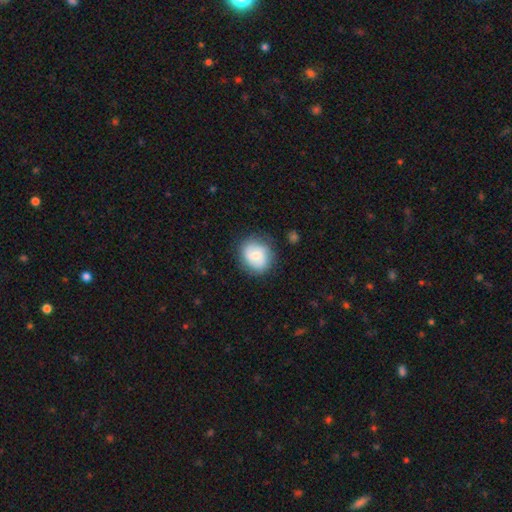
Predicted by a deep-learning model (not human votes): This appears to be a smooth galaxy with no disk features (64%) that is round (73%). Merging: none (78%).